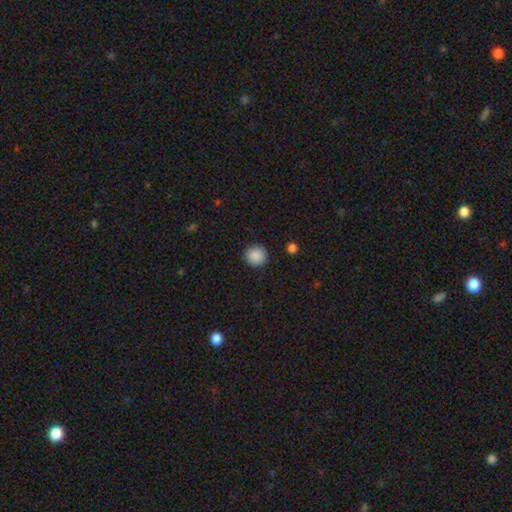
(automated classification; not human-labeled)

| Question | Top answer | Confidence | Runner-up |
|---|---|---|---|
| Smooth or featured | smooth | 89% | star or artifact (8%) |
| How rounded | round | 93% | in between (6%) |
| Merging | none | 91% | minor disturbance (6%) |